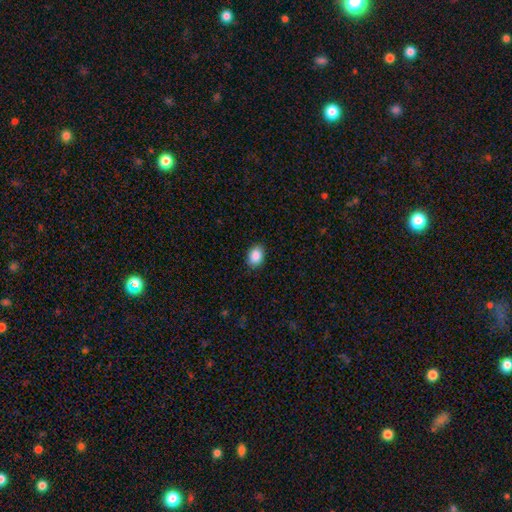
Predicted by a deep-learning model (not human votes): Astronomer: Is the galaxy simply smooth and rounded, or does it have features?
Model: smooth — 89%.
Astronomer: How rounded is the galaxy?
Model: in between — 73%.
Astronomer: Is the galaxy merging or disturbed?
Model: none — 88%.